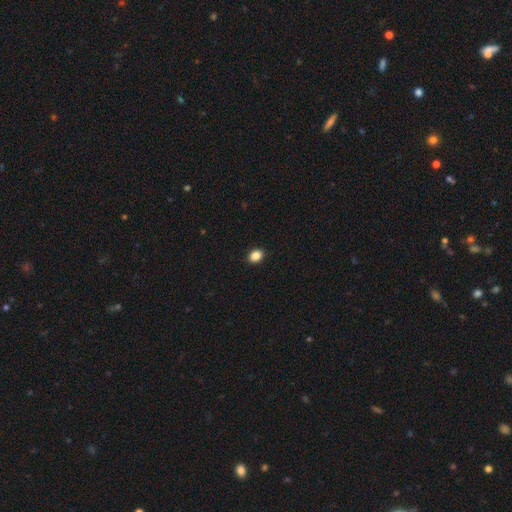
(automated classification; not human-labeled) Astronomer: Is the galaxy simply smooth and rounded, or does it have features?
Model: smooth — 87%.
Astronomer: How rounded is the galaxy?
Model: in between — 59% (runner-up: round, 40%).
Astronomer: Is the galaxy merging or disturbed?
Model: none — 91%.